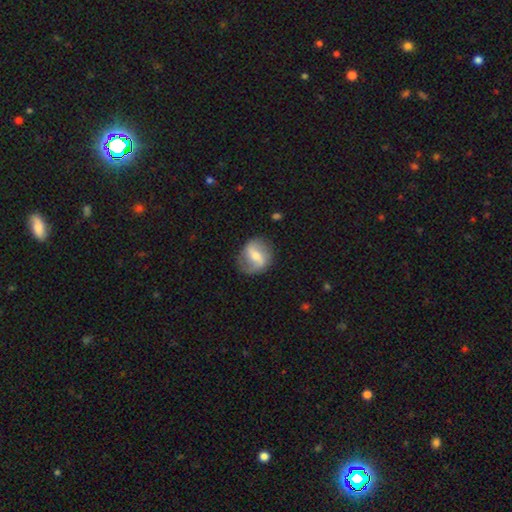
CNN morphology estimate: Q: Smooth or featured?
A: featured or disk (63%); runner-up: smooth (30%)
Q: Edge-on disk?
A: no (95%); runner-up: yes (5%)
Q: Bar?
A: strong (45%); runner-up: weak (39%)
Q: Spiral arms?
A: yes (77%); runner-up: no (23%)
Q: Bulge size?
A: moderate (52%); runner-up: small (38%)
Q: Merging?
A: none (77%); runner-up: minor disturbance (16%)